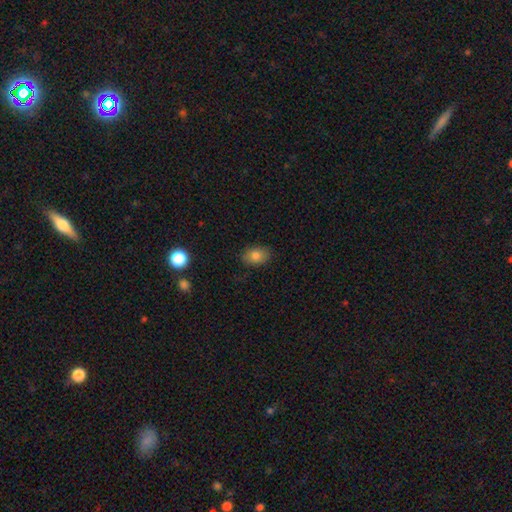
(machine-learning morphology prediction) A smooth galaxy with no disk features (81%) that is in between round and cigar-shaped (79%).

Vote fractions:
- Smooth or featured? smooth: 81% / star or artifact: 10% / featured or disk: 9%
- How rounded? in between: 79% / round: 20% / cigar-shaped: 1%
- Merging? none: 85% / minor disturbance: 11% / major disturbance: 3% / merger: 1%